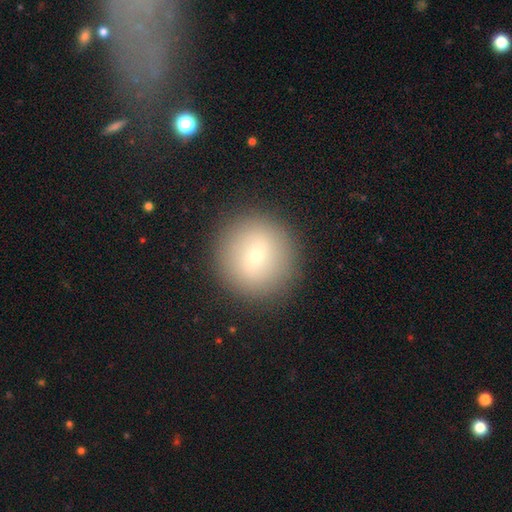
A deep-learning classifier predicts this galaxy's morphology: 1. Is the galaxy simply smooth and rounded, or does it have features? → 69% smooth, 20% featured or disk, 11% star or artifact.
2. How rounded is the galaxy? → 93% round, 6% in between, 1% cigar-shaped.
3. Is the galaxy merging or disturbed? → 89% none, 7% minor disturbance, 3% major disturbance, 1% merger.